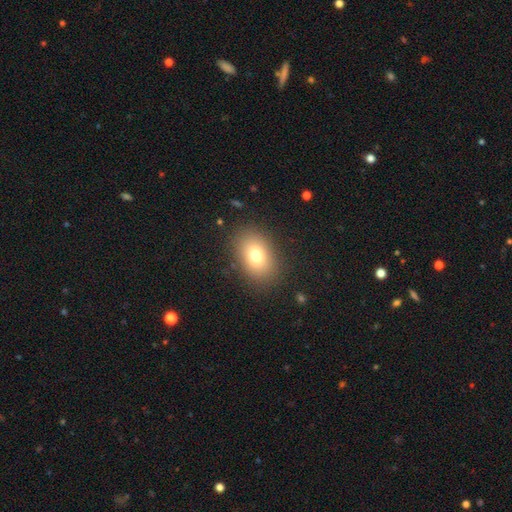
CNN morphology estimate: smooth 77%, featured or disk 12%, star or artifact 11%. Down the decision tree: how rounded — in between (79%); merging — none (86%).